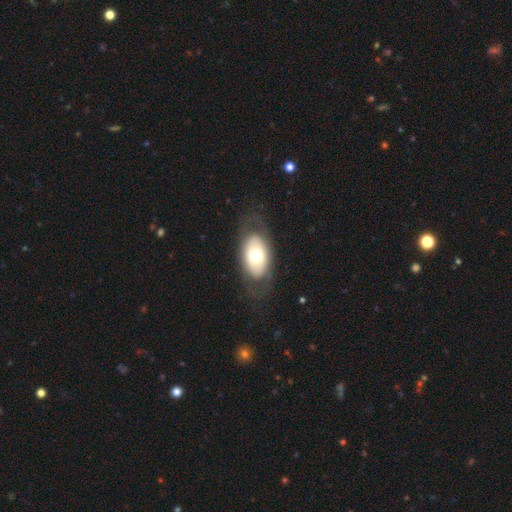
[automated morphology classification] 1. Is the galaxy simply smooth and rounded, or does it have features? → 56% smooth, 38% featured or disk, 6% star or artifact.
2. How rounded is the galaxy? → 91% in between, 7% round, 2% cigar-shaped.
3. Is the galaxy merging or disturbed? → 76% none, 14% minor disturbance, 9% major disturbance, 1% merger.